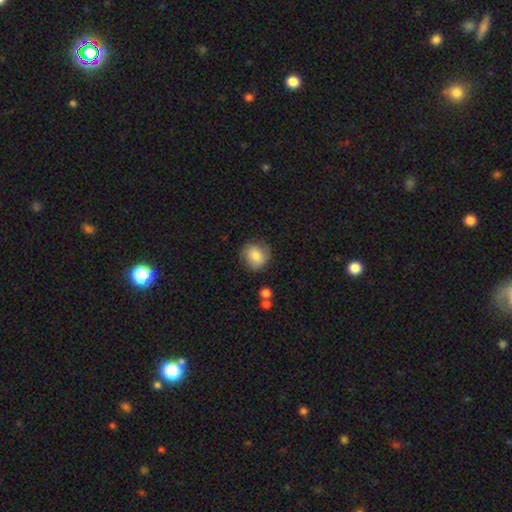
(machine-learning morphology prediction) smooth 77%, featured or disk 16%, star or artifact 8%. Down the decision tree: how rounded — round (81%); merging — none (76%).